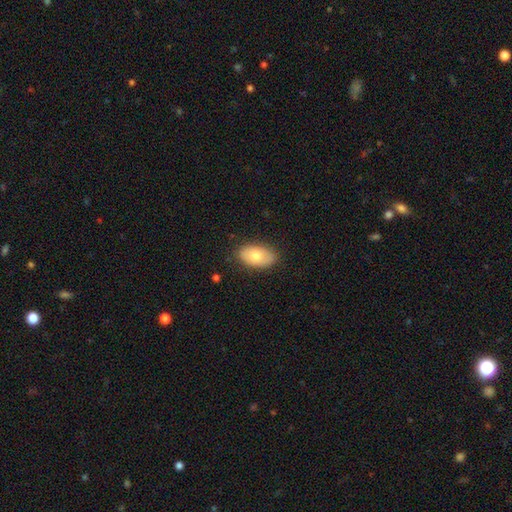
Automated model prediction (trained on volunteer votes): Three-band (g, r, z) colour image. It shows a smooth galaxy with no disk features (72%) that is in between round and cigar-shaped (93%). Merging: none (83%).